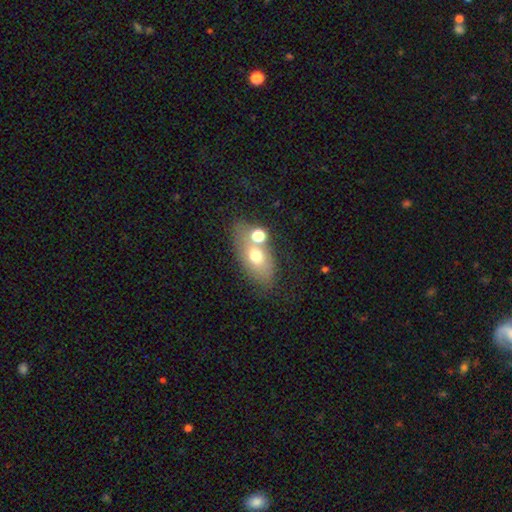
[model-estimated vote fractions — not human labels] smooth 61%, featured or disk 26%, star or artifact 12%. Down the decision tree: how rounded — in between (81%); merging — none (50%).